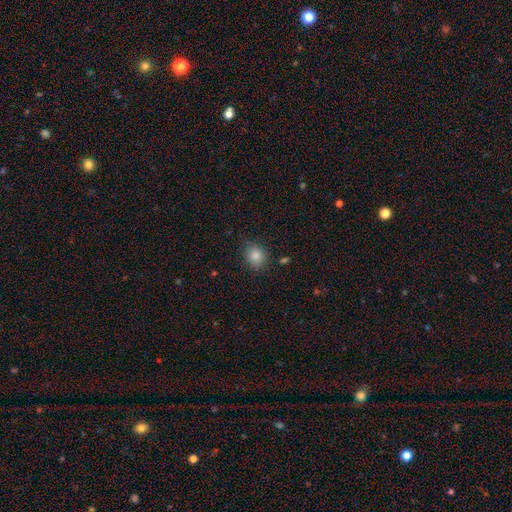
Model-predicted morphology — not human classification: type=smooth (85%); roundness=round (71%); merging=none (83%).